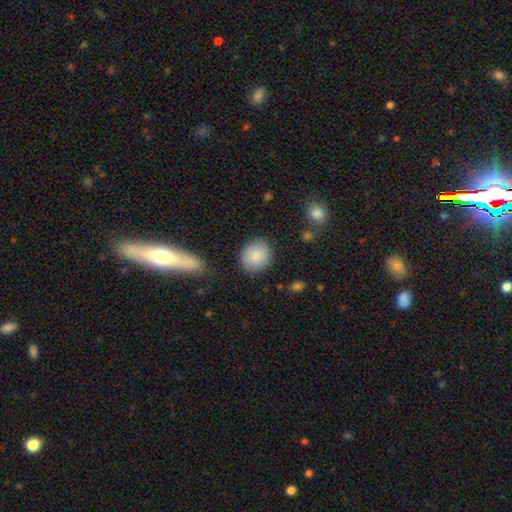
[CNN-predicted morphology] This is clearly a smooth galaxy (87%). How rounded: likely round (77%). Merging: clearly none (85%).